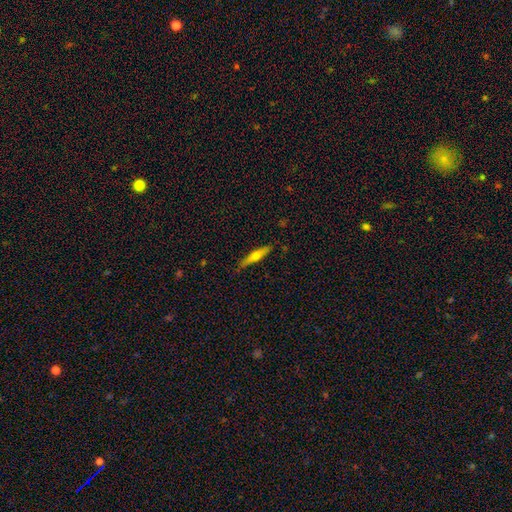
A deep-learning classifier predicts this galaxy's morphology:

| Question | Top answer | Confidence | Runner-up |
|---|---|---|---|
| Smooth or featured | featured or disk | 49% | smooth (45%) |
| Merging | none | 86% | minor disturbance (11%) |